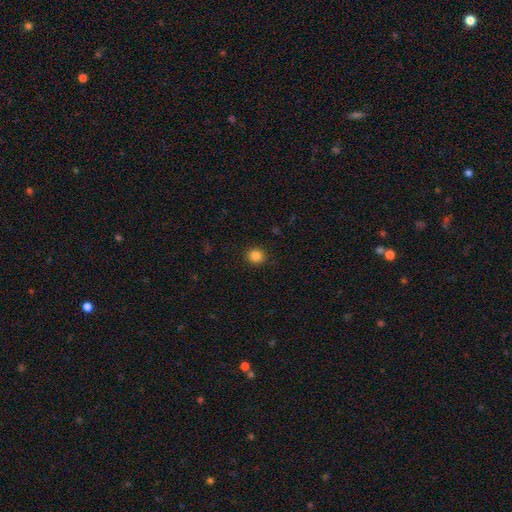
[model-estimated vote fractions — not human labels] smooth-or-featured: smooth: 85% | star or artifact: 11% | featured or disk: 4%
  how-rounded: round: 88% | in between: 11% | cigar-shaped: 1%
  merging: none: 91% | minor disturbance: 6% | major disturbance: 2% | merger: 1%